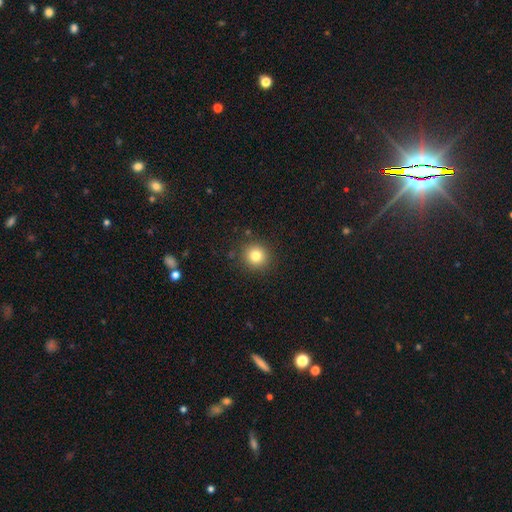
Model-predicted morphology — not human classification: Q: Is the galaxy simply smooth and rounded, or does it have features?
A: smooth — 80%.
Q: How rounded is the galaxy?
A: round — 92%.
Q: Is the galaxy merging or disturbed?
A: none — 89%.